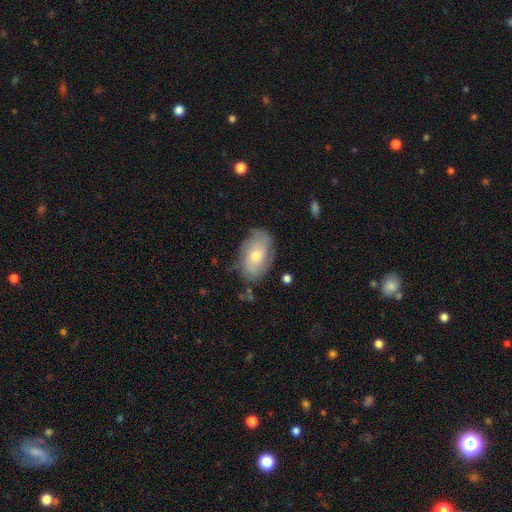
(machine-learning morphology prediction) This appears to be a smooth galaxy with no disk features (52%) that is in between round and cigar-shaped (91%). Merging: none (72%).